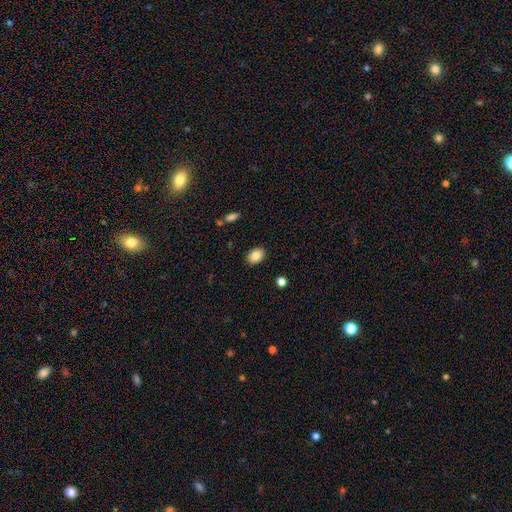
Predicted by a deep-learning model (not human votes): The model was most divided on "how rounded": in between: 77%, round: 21%, cigar-shaped: 1%. More confident: merging — none (89%); smooth or featured — smooth (86%).